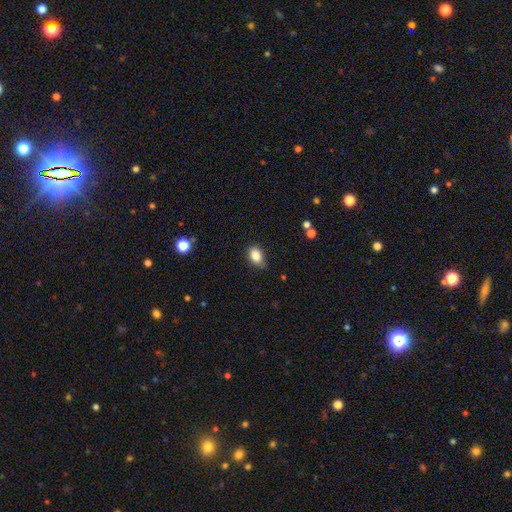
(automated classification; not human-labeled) Overall: smooth (85%). How rounded: in between (84%). Merging: none (75%).